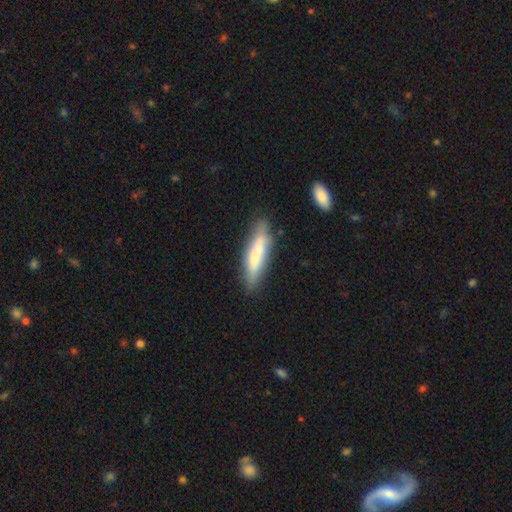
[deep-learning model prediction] Smooth or featured: smooth — 67% (featured or disk — 27%)
How rounded: cigar-shaped — 78% (in between — 20%)
Merging: none — 75% (minor disturbance — 18%)